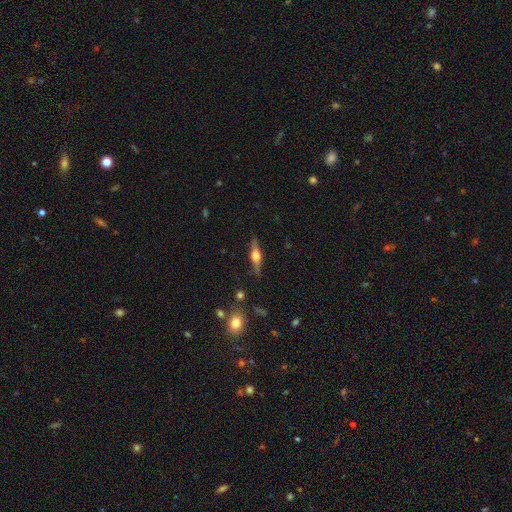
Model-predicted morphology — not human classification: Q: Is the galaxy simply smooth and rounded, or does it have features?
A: featured or disk — 69%.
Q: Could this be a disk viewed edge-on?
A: yes — 96%.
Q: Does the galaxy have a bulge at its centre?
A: rounded — 88%.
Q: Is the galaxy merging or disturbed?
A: none — 84%.